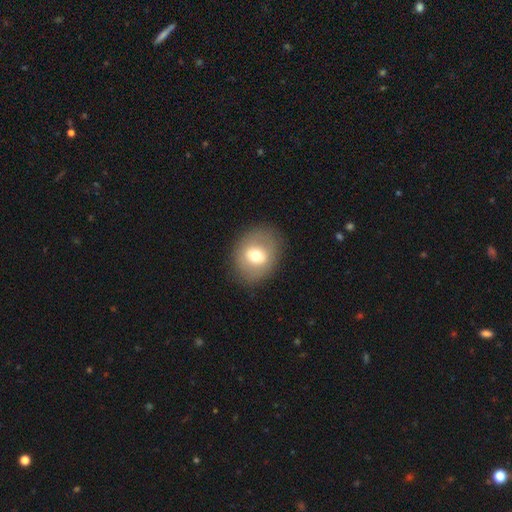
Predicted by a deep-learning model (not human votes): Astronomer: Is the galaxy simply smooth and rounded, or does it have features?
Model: smooth — 61%.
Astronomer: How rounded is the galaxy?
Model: round — 55% (runner-up: in between, 44%).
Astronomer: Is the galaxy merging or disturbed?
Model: none — 84%.